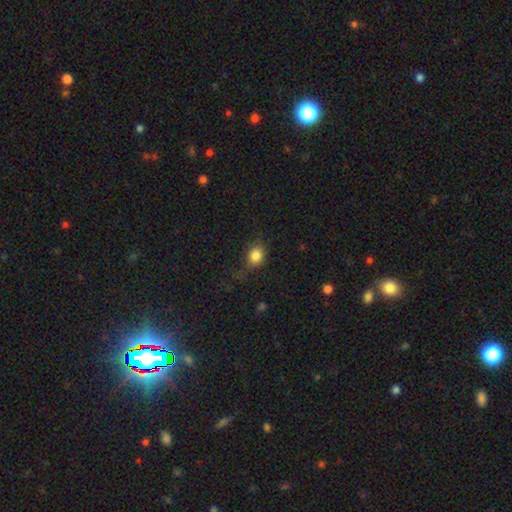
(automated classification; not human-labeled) A smooth galaxy with no disk features (83%) that is round (59%).

Vote fractions:
- Smooth or featured? smooth: 83% / star or artifact: 10% / featured or disk: 7%
- How rounded? round: 59% / in between: 40% / cigar-shaped: 1%
- Merging? none: 59% / minor disturbance: 25% / major disturbance: 14% / merger: 2%